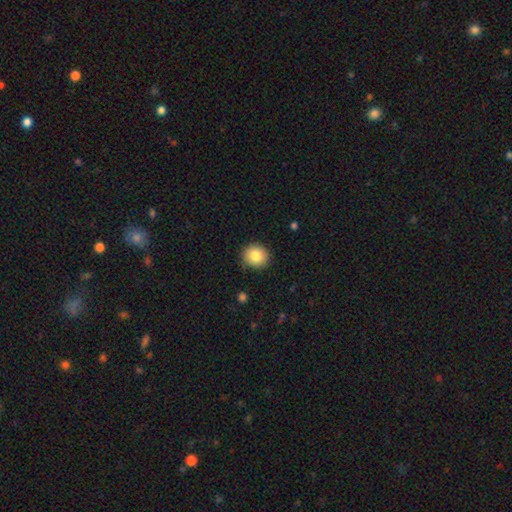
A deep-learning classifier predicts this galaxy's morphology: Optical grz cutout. It shows a smooth galaxy with no disk features (83%) that is round (88%). Merging: none (89%).